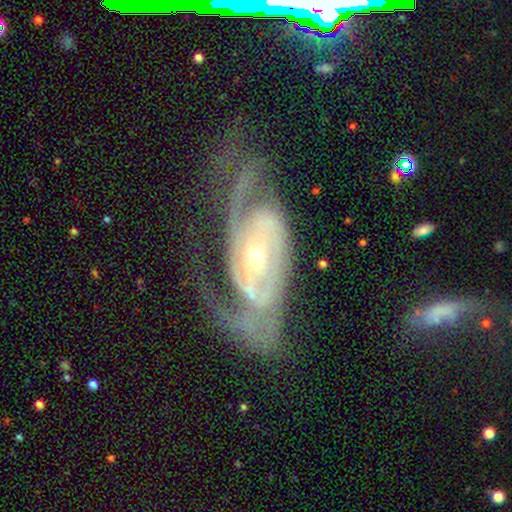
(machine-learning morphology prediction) Smooth or featured: featured or disk — 88% (smooth — 6%)
Edge-on disk: no — 94% (yes — 6%)
Bar: no — 56% (weak — 29%)
Spiral arms: yes — 95% (no — 5%)
Spiral winding: tight — 54% (medium — 36%)
Spiral arm count: 2 — 56% (can't tell — 18%)
Bulge size: small — 65% (moderate — 31%)
Merging: none — 54% (major disturbance — 22%)